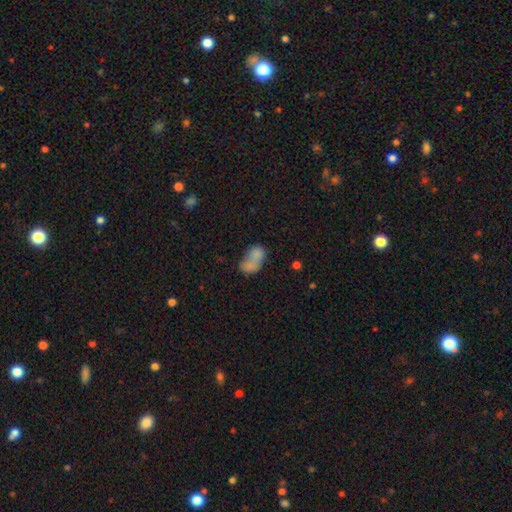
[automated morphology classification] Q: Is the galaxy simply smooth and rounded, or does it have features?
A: smooth — 73%.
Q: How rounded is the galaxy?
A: in between — 82%.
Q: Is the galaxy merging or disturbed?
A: merger — 46%.